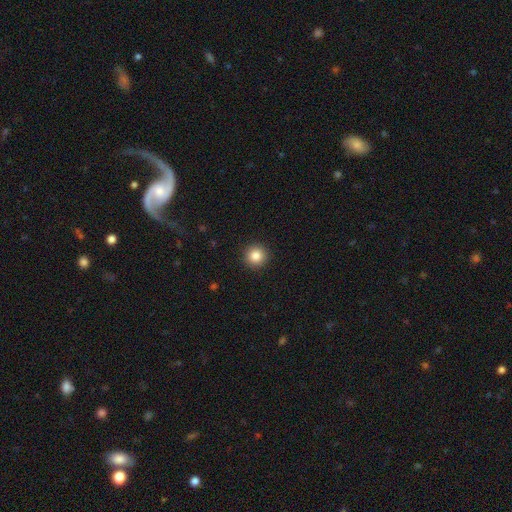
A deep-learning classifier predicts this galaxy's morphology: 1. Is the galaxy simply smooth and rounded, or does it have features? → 85% smooth, 10% star or artifact, 5% featured or disk.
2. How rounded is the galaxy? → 95% round, 4% in between, 1% cigar-shaped.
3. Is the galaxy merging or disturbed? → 92% none, 5% minor disturbance, 2% major disturbance, 1% merger.